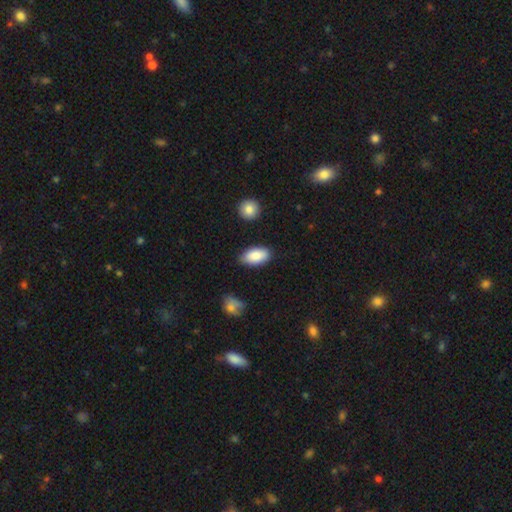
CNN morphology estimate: Smooth or featured? smooth (87%)
How rounded? in between (94%)
Merging? none (82%)